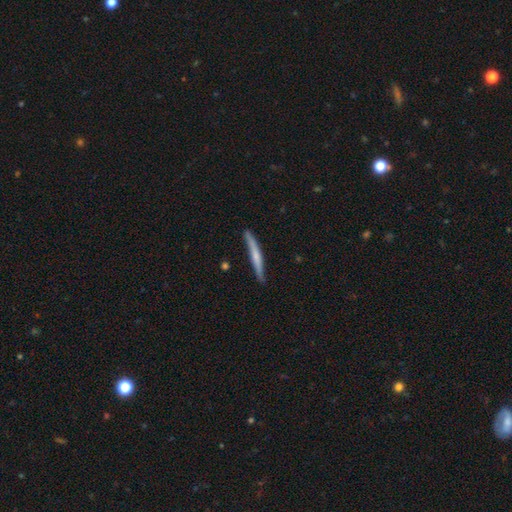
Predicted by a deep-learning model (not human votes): Smooth or featured?
  - featured or disk: 49% *
  - smooth: 45%
  - star or artifact: 5%
Merging?
  - none: 83% *
  - minor disturbance: 13%
  - major disturbance: 2%
  - merger: 2%